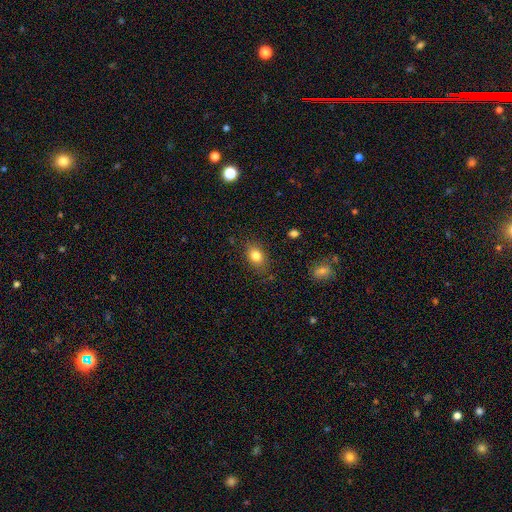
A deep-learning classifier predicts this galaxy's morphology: Smooth or featured: smooth — 81% (star or artifact — 10%)
How rounded: in between — 68% (round — 30%)
Merging: none — 81% (minor disturbance — 14%)